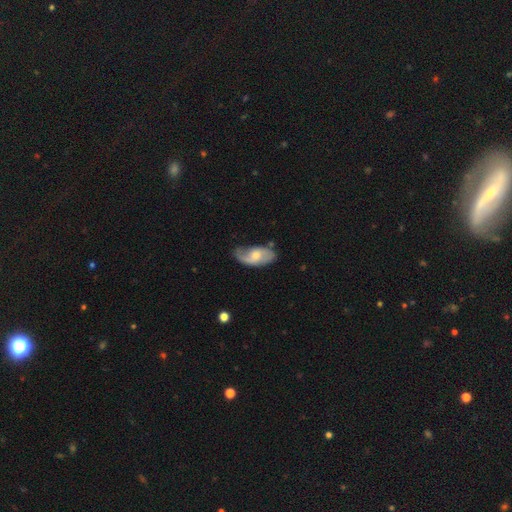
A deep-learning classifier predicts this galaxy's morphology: Smooth or featured: featured or disk — 62% (smooth — 33%)
Edge-on disk: no — 93% (yes — 7%)
Bar: no — 63% (weak — 32%)
Spiral arms: yes — 85% (no — 15%)
Bulge size: moderate — 55% (small — 35%)
Merging: none — 54% (minor disturbance — 29%)